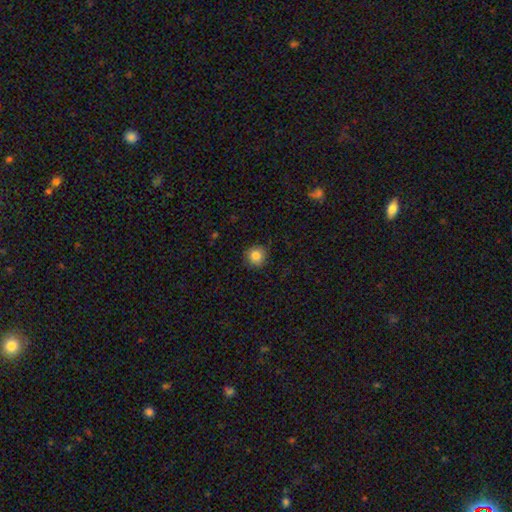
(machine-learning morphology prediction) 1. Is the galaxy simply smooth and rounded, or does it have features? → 84% smooth, 10% star or artifact, 5% featured or disk.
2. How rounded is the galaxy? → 94% round, 5% in between, 1% cigar-shaped.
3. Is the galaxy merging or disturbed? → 88% none, 9% minor disturbance, 2% major disturbance, 1% merger.